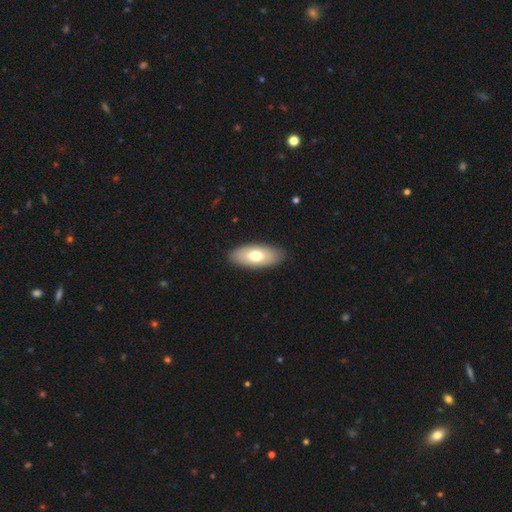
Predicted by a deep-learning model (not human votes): The model was most divided on "smooth or featured": smooth: 70%, featured or disk: 25%, star or artifact: 6%. More confident: how rounded — in between (89%); merging — none (88%).